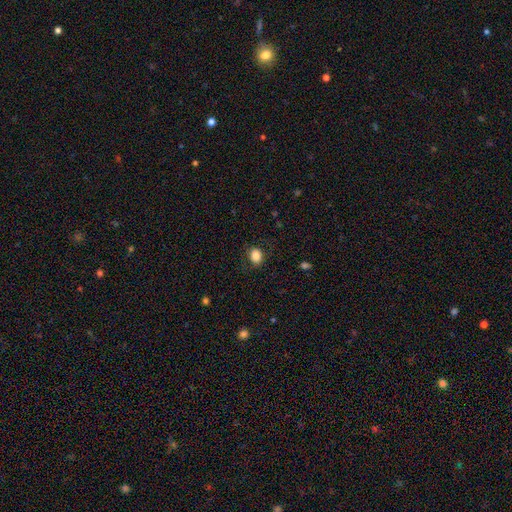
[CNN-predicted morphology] A smooth galaxy with no disk features (85%) that is in between round and cigar-shaped (55%). Merging: none (83%).